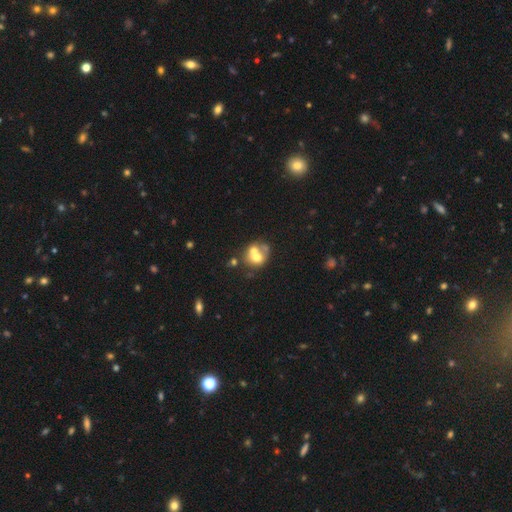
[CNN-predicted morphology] smooth 55%, featured or disk 34%, star or artifact 11%. Down the decision tree: how rounded — round (64%); merging — merger (59%).